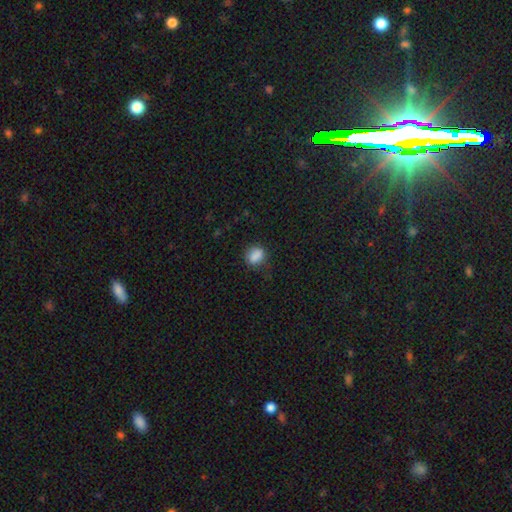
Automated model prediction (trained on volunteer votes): Smooth or featured?
  - smooth: 86% *
  - star or artifact: 10%
  - featured or disk: 5%
How rounded?
  - in between: 52% *
  - round: 46%
  - cigar-shaped: 2%
Merging?
  - none: 73% *
  - minor disturbance: 20%
  - major disturbance: 6%
  - merger: 2%